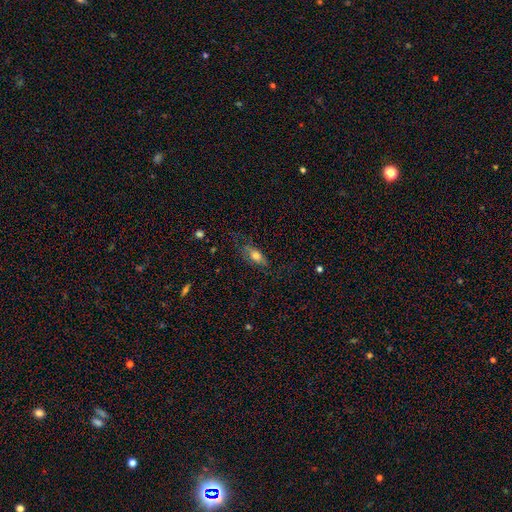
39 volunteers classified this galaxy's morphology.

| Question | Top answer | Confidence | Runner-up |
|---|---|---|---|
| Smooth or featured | smooth | 54% | featured or disk (38%) |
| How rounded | in between | 67% | cigar-shaped (29%) |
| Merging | none | 67% | minor disturbance (22%) |